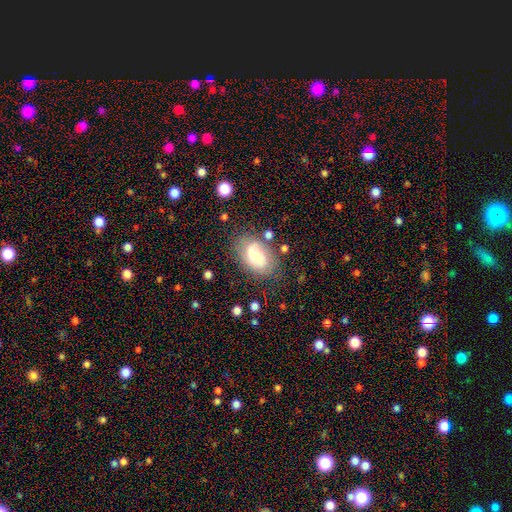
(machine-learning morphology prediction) smooth-or-featured: smooth: 54% | featured or disk: 37% | star or artifact: 9%
  how-rounded: in between: 85% | round: 13% | cigar-shaped: 2%
  merging: none: 65% | minor disturbance: 21% | major disturbance: 10% | merger: 5%